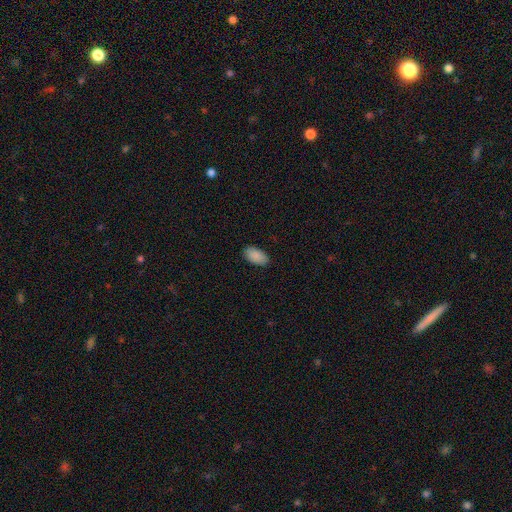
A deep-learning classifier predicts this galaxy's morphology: This appears to be a smooth galaxy with no disk features (90%) that is in between round and cigar-shaped (95%). Merging: none (87%).